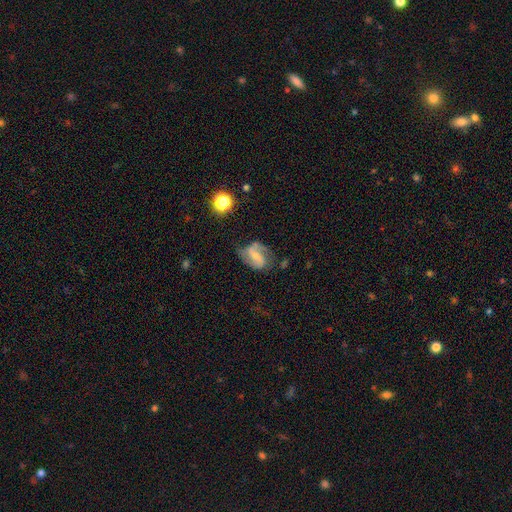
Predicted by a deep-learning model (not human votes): Morphology: type=featured or disk (75%); edge-on=no (97%); bar=weak (45%); spiral arms=yes (93%); winding=medium (45%); arm count=2 (86%); bulge=small (57%); merging=none (57%).